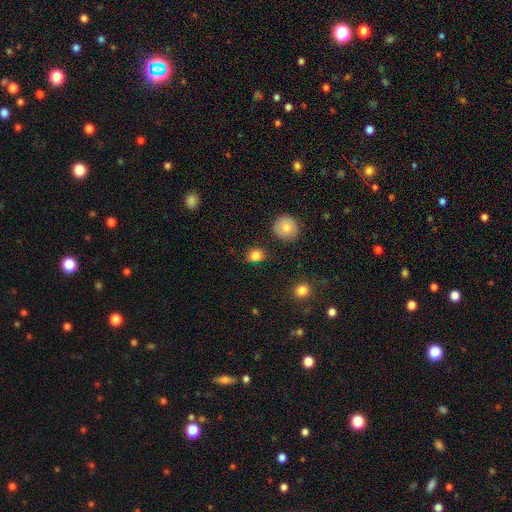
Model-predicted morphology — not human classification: smooth_or_featured: smooth (p=0.82) [alt: star or artifact p=0.11]
how_rounded: round (p=0.71) [alt: in between p=0.28]
merging: none (p=0.77) [alt: minor disturbance p=0.15]